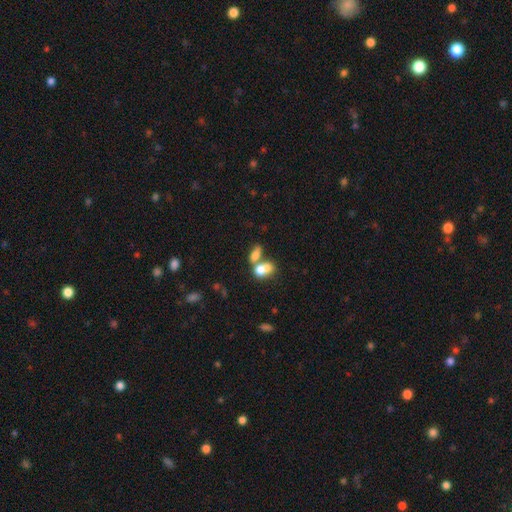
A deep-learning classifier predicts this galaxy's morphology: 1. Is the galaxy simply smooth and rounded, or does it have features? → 74% smooth, 17% featured or disk, 9% star or artifact.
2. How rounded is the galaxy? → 81% in between, 14% round, 6% cigar-shaped.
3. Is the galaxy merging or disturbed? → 66% merger, 22% none, 7% minor disturbance, 5% major disturbance.